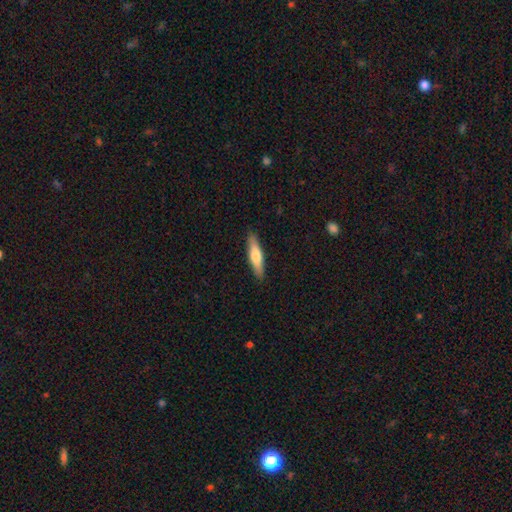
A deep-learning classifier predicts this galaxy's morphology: type=smooth (67%); roundness=cigar-shaped (76%); merging=none (90%).